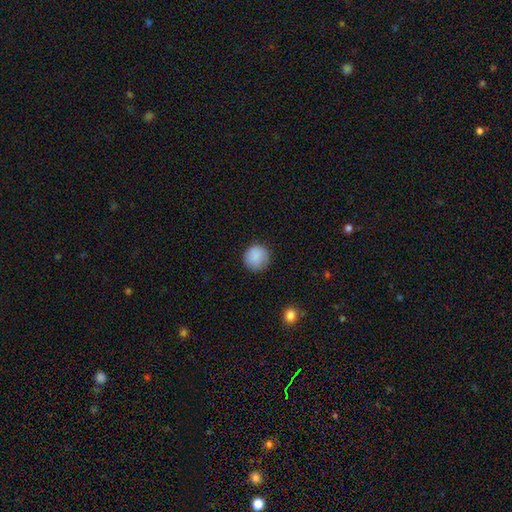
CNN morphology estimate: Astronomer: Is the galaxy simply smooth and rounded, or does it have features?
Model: smooth — 88%.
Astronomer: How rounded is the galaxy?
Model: round — 92%.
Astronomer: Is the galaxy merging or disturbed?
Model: none — 86%.